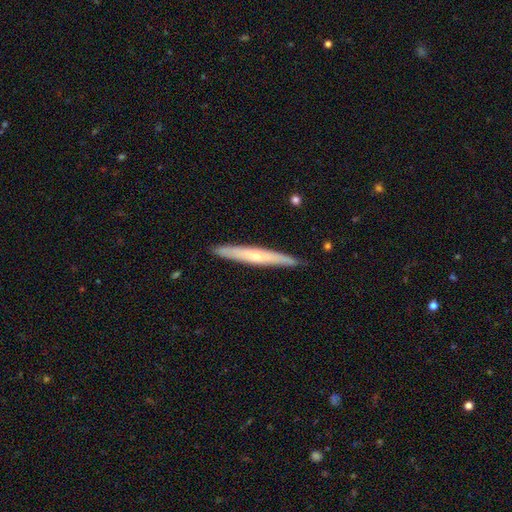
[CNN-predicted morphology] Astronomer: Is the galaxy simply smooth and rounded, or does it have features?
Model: featured or disk — 51% (runner-up: smooth, 44%).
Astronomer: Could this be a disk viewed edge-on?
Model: yes — 93%.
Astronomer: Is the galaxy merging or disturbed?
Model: none — 90%.